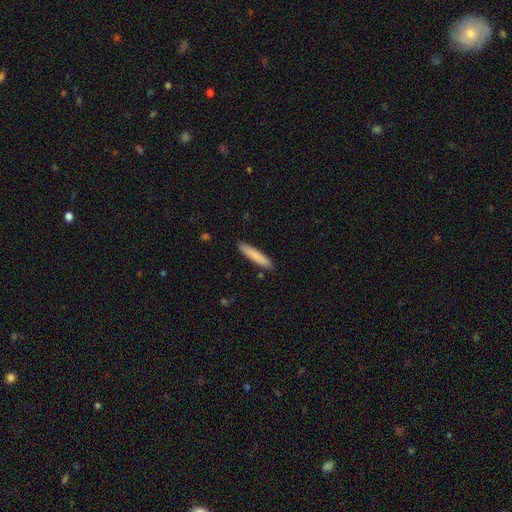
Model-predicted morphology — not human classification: This appears to be a smooth galaxy with no disk features (84%) that is cigar-shaped (89%). Merging: none (88%).